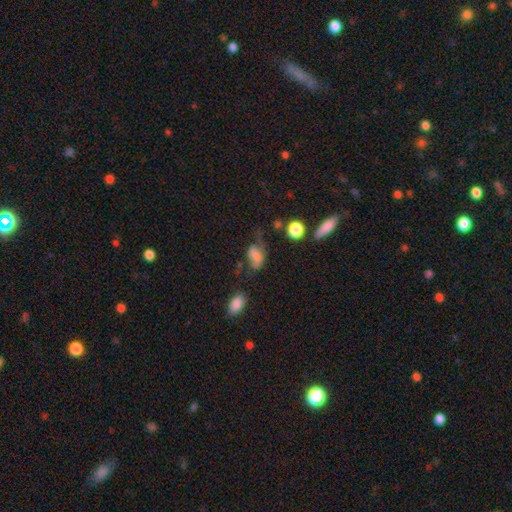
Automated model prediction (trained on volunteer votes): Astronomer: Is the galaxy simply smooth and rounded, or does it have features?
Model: smooth — 67%.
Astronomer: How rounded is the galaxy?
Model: in between — 84%.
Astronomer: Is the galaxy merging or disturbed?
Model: major disturbance — 34% (runner-up: none, 30%).